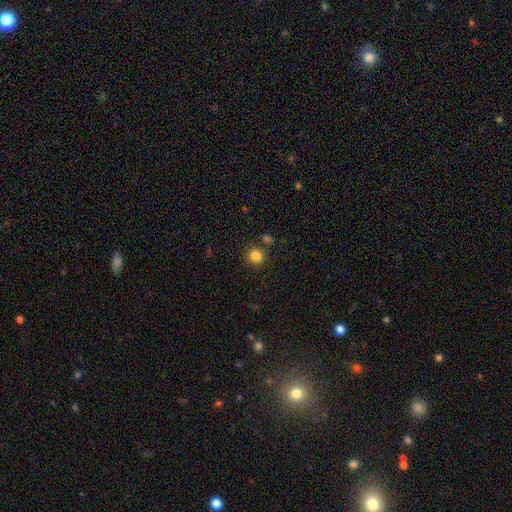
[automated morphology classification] Smooth or featured?
  - smooth: 84% *
  - star or artifact: 12%
  - featured or disk: 4%
How rounded?
  - round: 86% *
  - in between: 13%
  - cigar-shaped: 1%
Merging?
  - none: 80% *
  - minor disturbance: 9%
  - merger: 8%
  - major disturbance: 3%